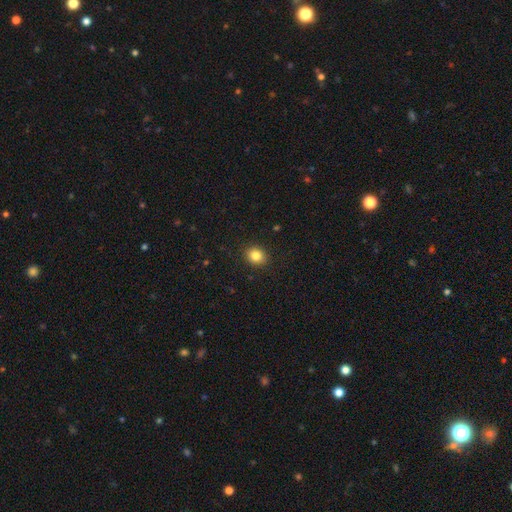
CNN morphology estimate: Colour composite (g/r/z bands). It shows a smooth galaxy with no disk features (84%) that is round (62%). Merging: none (90%).